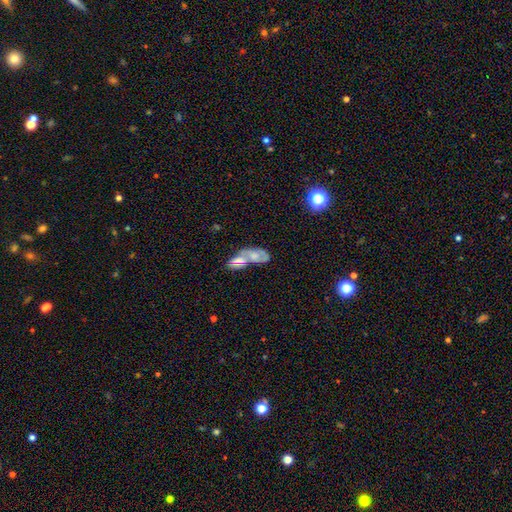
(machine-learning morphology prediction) smooth-or-featured: smooth: 49% | featured or disk: 42% | star or artifact: 9%
  merging: merger: 73% | none: 13% | minor disturbance: 7% | major disturbance: 7%